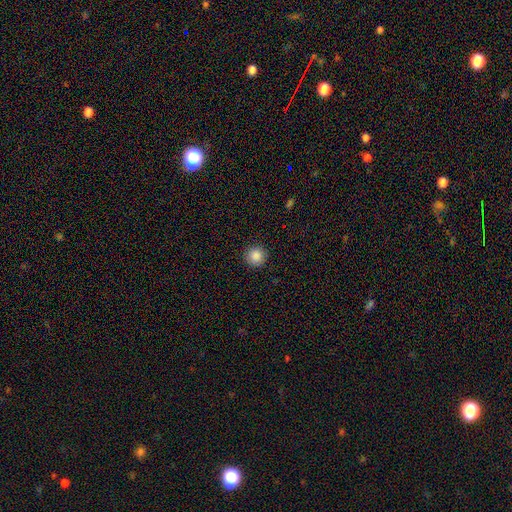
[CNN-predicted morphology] The model was most divided on "smooth or featured": smooth: 87%, star or artifact: 10%, featured or disk: 3%. More confident: how rounded — round (96%); merging — none (92%).